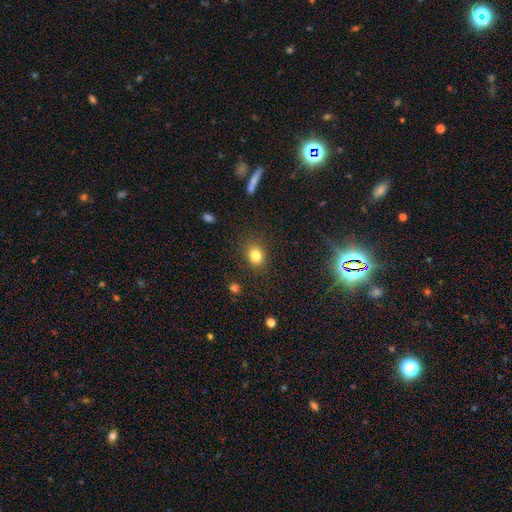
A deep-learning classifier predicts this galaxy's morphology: Smooth or featured? Predicted: smooth (p=0.83). How rounded? Predicted: round (p=0.60). Merging? Predicted: none (p=0.84).